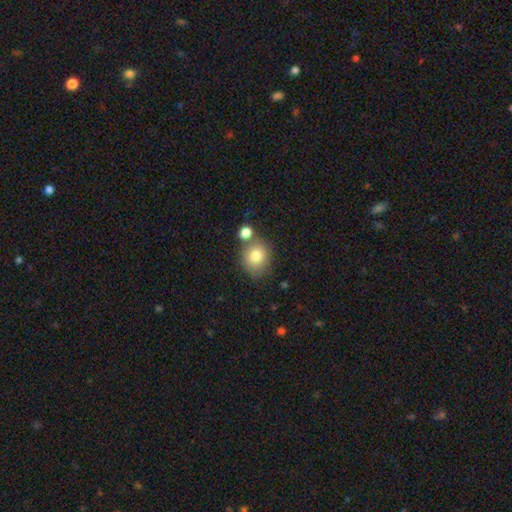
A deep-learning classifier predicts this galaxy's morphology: The model was most divided on "merging": none: 60%, merger: 23%, minor disturbance: 13%, major disturbance: 4%. More confident: smooth or featured — smooth (79%); how rounded — round (71%).